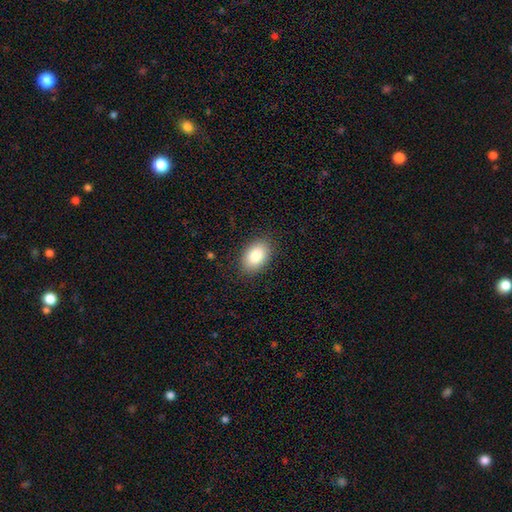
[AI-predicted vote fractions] Smooth or featured?
  - smooth: 86% *
  - star or artifact: 7%
  - featured or disk: 6%
How rounded?
  - in between: 89% *
  - round: 10%
  - cigar-shaped: 1%
Merging?
  - none: 86% *
  - minor disturbance: 10%
  - major disturbance: 3%
  - merger: 1%